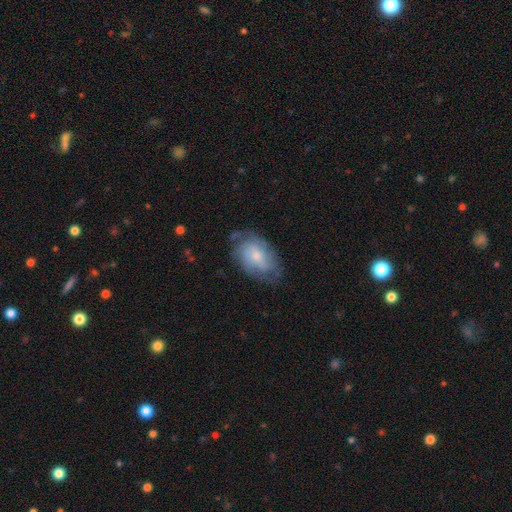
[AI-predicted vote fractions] Smooth or featured? Predicted: smooth (p=0.47). Merging? Predicted: none (p=0.61).